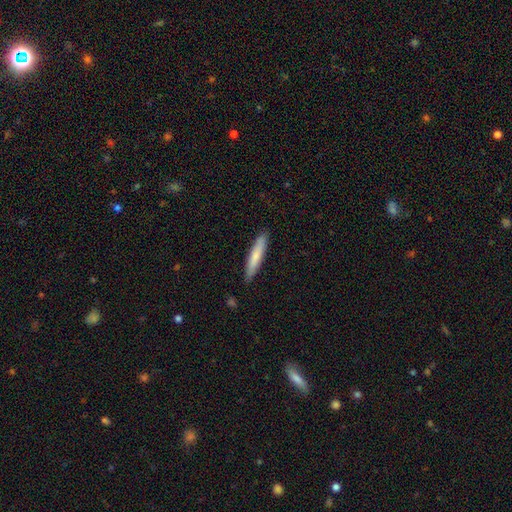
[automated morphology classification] smooth 73%, featured or disk 22%, star or artifact 5%. Down the decision tree: how rounded — cigar-shaped (91%); merging — none (86%).